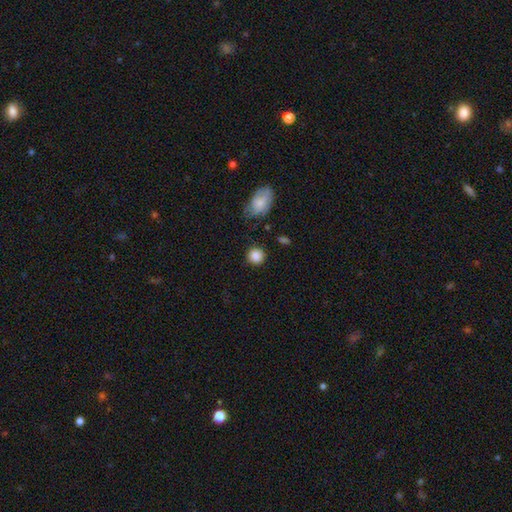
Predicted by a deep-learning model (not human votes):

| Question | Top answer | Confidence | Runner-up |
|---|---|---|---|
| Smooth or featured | smooth | 87% | star or artifact (8%) |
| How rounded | round | 90% | in between (9%) |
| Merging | none | 84% | minor disturbance (10%) |